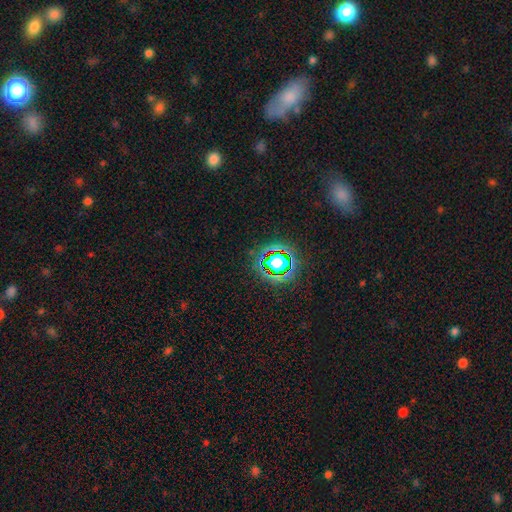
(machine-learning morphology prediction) Smooth or featured? Predicted: star or artifact (p=0.72).